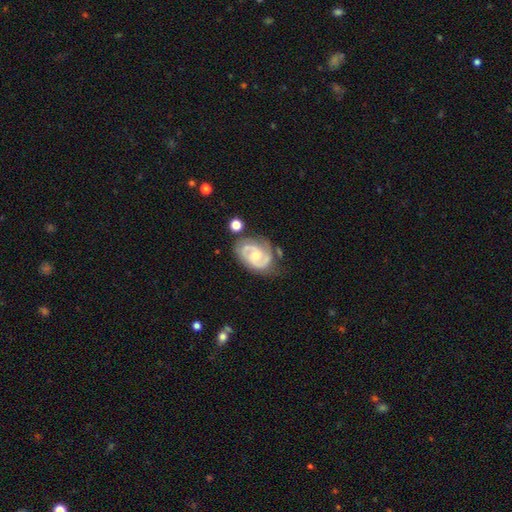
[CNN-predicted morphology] type=featured or disk (85%); edge-on=no (98%); bar=no (53%); spiral arms=yes (96%); winding=medium (48%); arm count=2 (81%); bulge=moderate (48%); merging=none (63%).